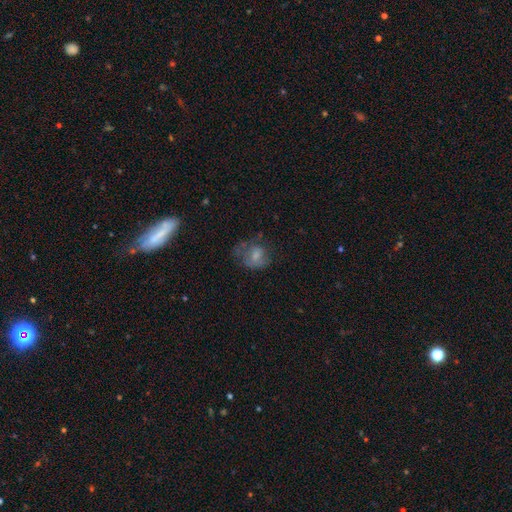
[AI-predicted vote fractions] A smooth galaxy with no disk features (55%) that is in between round and cigar-shaped (50%). Merging: none (37%).